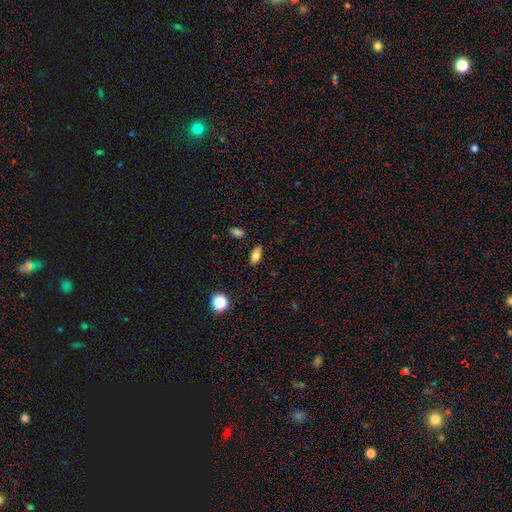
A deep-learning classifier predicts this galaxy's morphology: smooth_or_featured: smooth (p=0.77) [alt: featured or disk p=0.13]
how_rounded: in between (p=0.85) [alt: cigar-shaped p=0.10]
merging: none (p=0.87) [alt: minor disturbance p=0.09]